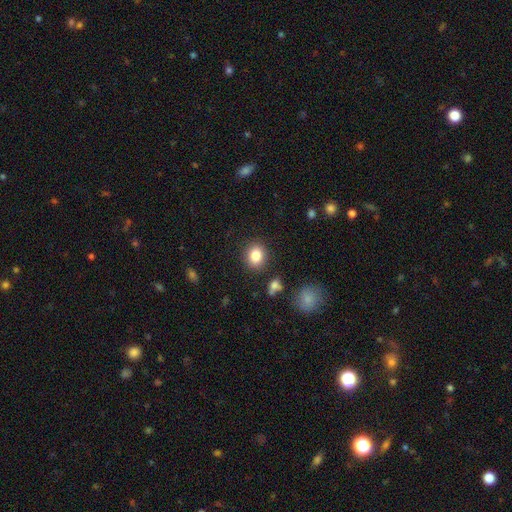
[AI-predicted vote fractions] The model was most divided on "how rounded": round: 60%, in between: 39%, cigar-shaped: 1%. More confident: merging — none (87%); smooth or featured — smooth (84%).